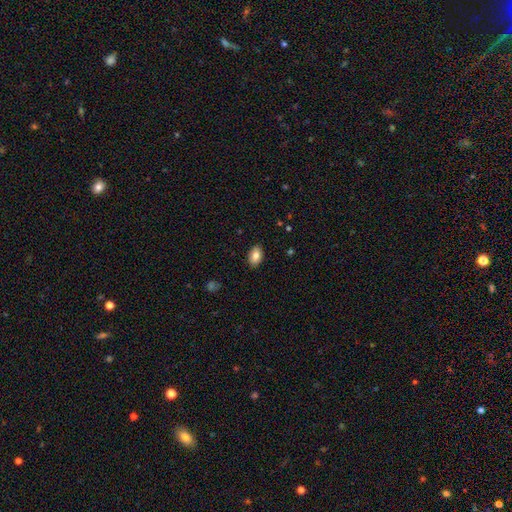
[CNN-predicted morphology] smooth 82%, featured or disk 11%, star or artifact 7%. Down the decision tree: how rounded — in between (91%); merging — none (89%).